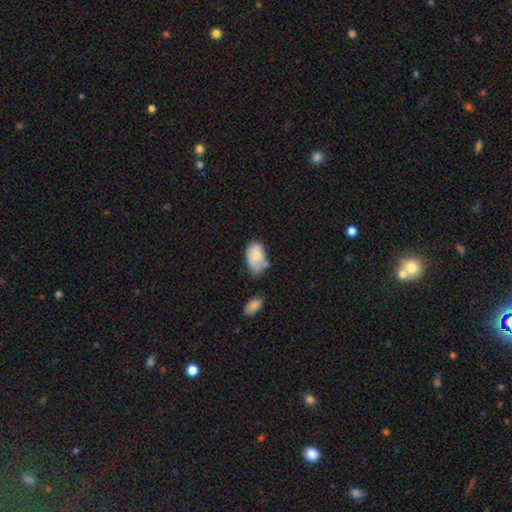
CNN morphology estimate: smooth-or-featured: smooth: 78% | featured or disk: 14% | star or artifact: 8%
  how-rounded: in between: 90% | round: 9% | cigar-shaped: 1%
  merging: minor disturbance: 38% | none: 32% | major disturbance: 16% | merger: 14%